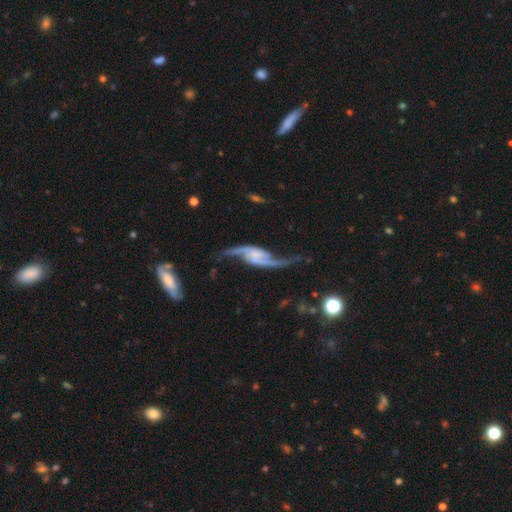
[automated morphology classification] featured or disk 90%, smooth 5%, star or artifact 5%. Down the decision tree: edge-on disk — no (93%); bar — no (48%); spiral arms — yes (97%); spiral arm count — 2 (94%); spiral winding — loose (88%); bulge size — none (48%); merging — none (63%).